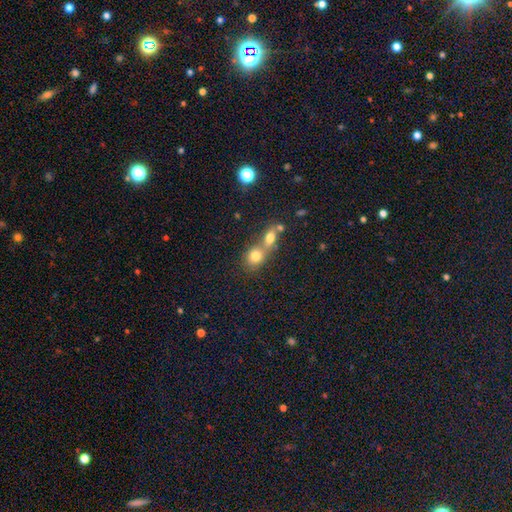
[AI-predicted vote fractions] smooth 74%, star or artifact 14%, featured or disk 12%. Down the decision tree: how rounded — round (69%); merging — merger (60%).